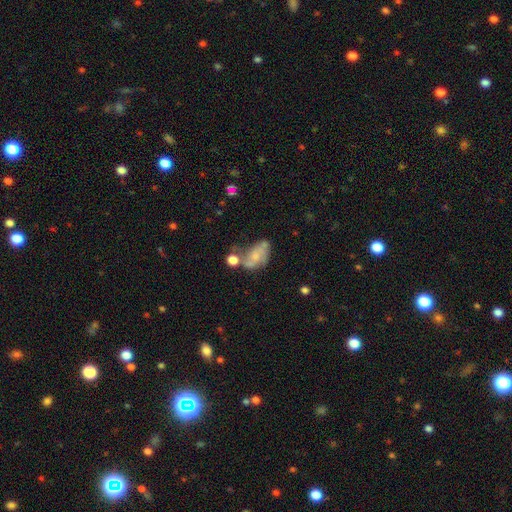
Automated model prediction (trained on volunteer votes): Smooth or featured: featured or disk — 53% (smooth — 38%)
Edge-on disk: no — 96% (yes — 4%)
Bar: no — 70% (weak — 25%)
Spiral arms: yes — 69% (no — 31%)
Bulge size: small — 49% (moderate — 25%)
Merging: none — 30% (merger — 28%)